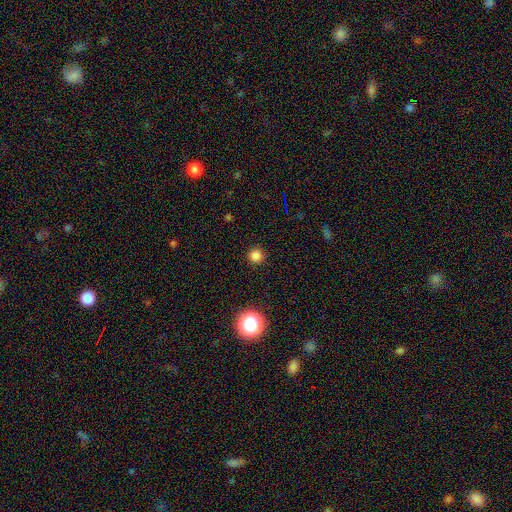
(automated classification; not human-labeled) Smooth or featured? Predicted: smooth (p=0.81). How rounded? Predicted: round (p=0.95). Merging? Predicted: none (p=0.92).